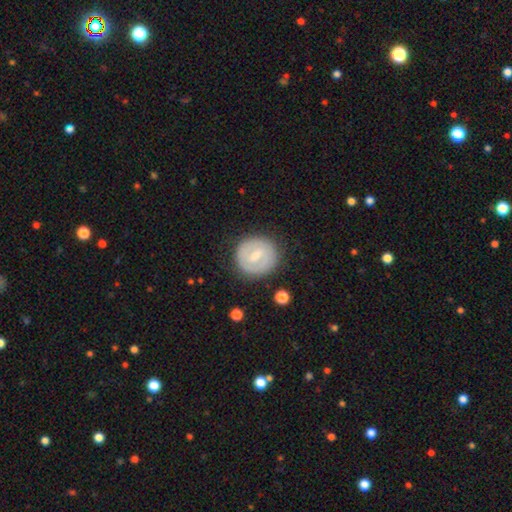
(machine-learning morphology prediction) A featured or disk galaxy (52%). Merging: none (82%).